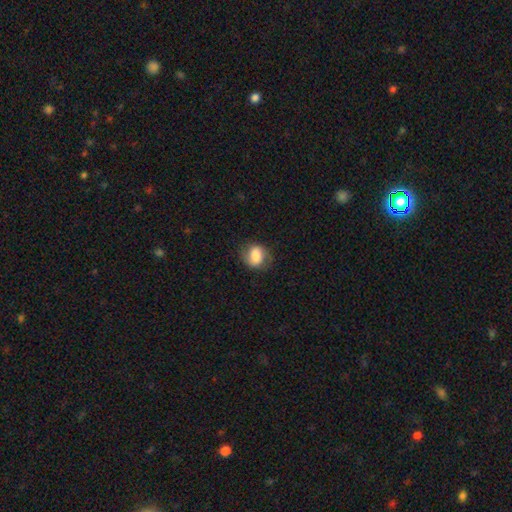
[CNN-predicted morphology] type=smooth (69%); roundness=round (52%); merging=none (73%).